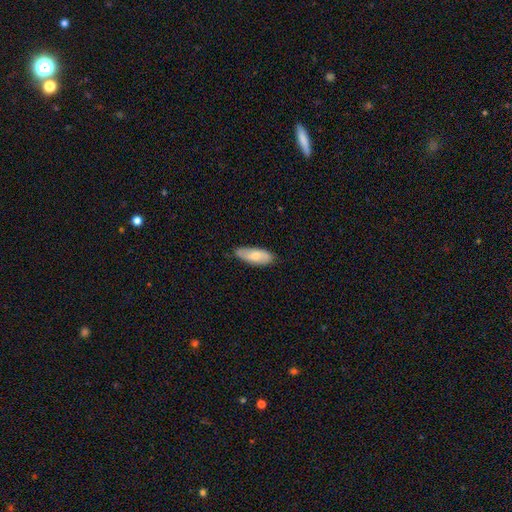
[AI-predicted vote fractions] This is likely a smooth galaxy (70%). How rounded: likely in between (77%). Merging: likely none (78%).